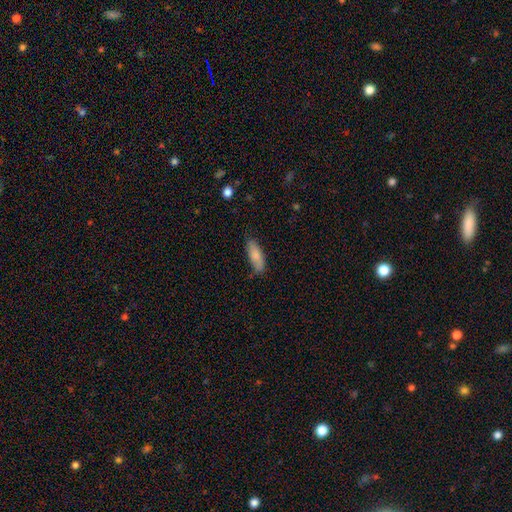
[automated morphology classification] This appears to be a smooth galaxy with no disk features (83%) that is in between round and cigar-shaped (61%). Merging: none (77%).